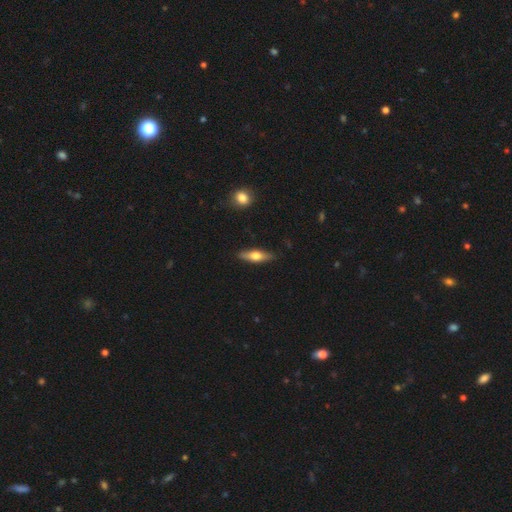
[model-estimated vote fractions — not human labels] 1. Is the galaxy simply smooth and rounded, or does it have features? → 49% smooth, 45% featured or disk, 6% star or artifact.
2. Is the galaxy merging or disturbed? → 88% none, 9% minor disturbance, 2% major disturbance, 1% merger.